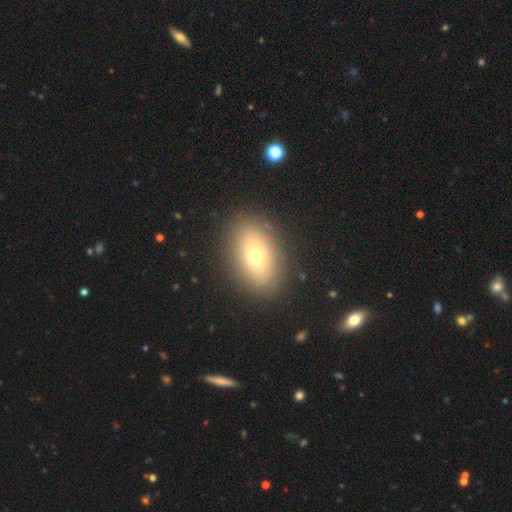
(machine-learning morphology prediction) The model was most divided on "smooth or featured": smooth: 68%, featured or disk: 20%, star or artifact: 12%. More confident: merging — none (86%); how rounded — in between (83%).